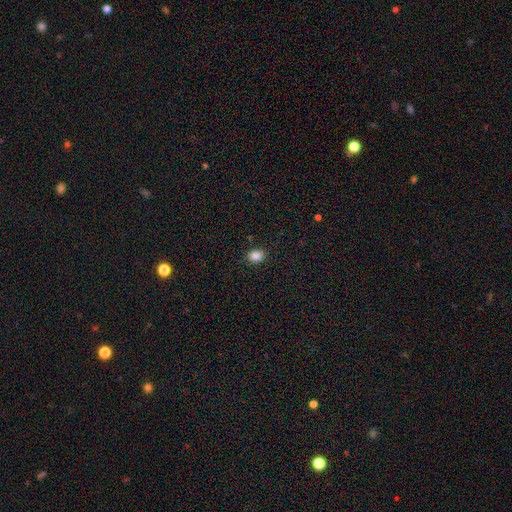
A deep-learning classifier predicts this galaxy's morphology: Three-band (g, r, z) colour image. It shows a smooth galaxy with no disk features (86%) that is in between round and cigar-shaped (52%). Merging: none (89%).